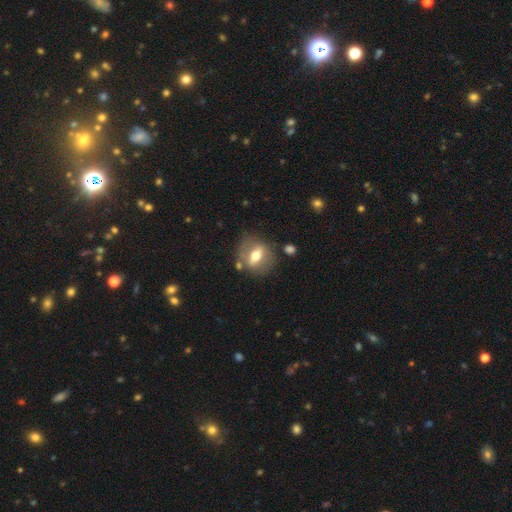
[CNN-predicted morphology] A featured or disk galaxy (52%).

Vote fractions:
- Smooth or featured? featured or disk: 52% / smooth: 40% / star or artifact: 8%
- Edge-on disk? no: 65% / yes: 35%
- Merging? none: 75% / minor disturbance: 13% / major disturbance: 6% / merger: 6%